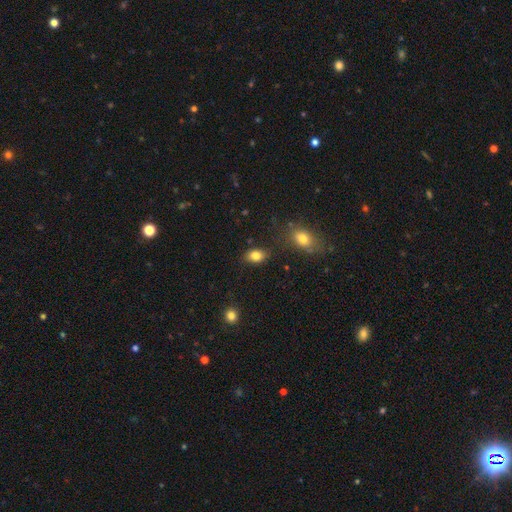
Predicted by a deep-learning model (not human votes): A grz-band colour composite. It shows a smooth galaxy with no disk features (83%) that is in between round and cigar-shaped (81%). Merging: none (82%).